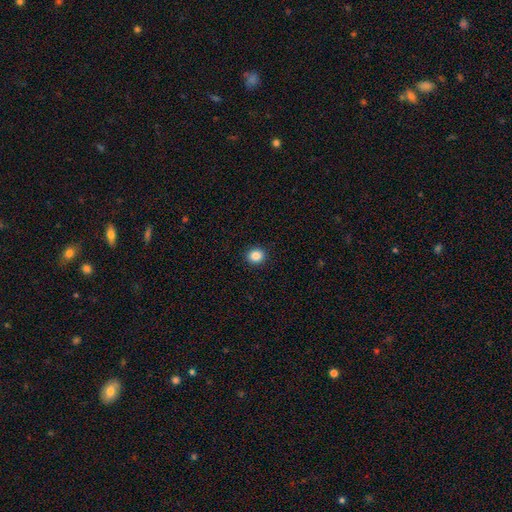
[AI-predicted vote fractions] smooth-or-featured: smooth: 86% | star or artifact: 10% | featured or disk: 4%
  how-rounded: round: 82% | in between: 17% | cigar-shaped: 1%
  merging: none: 92% | minor disturbance: 5% | major disturbance: 2% | merger: 1%